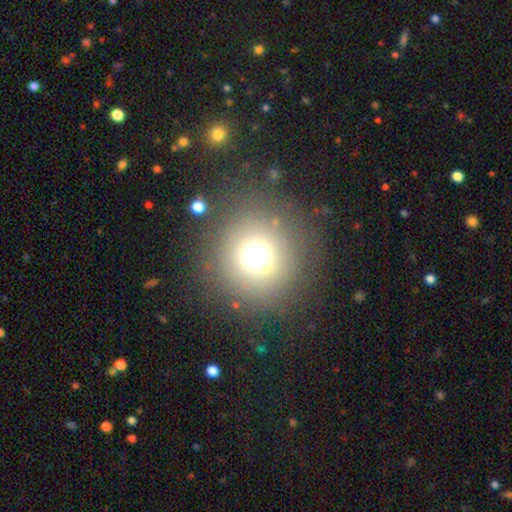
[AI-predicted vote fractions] This is likely a smooth galaxy (64%). How rounded: clearly round (93%). Merging: clearly none (82%).